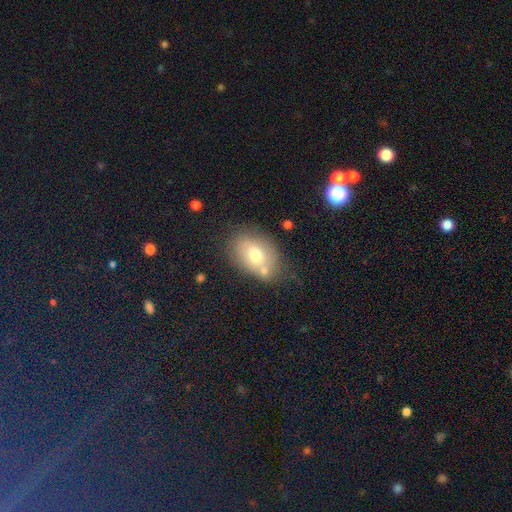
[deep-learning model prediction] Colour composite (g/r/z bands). It shows a smooth galaxy with no disk features (66%) that is in between round and cigar-shaped (79%). Merging: none (59%).